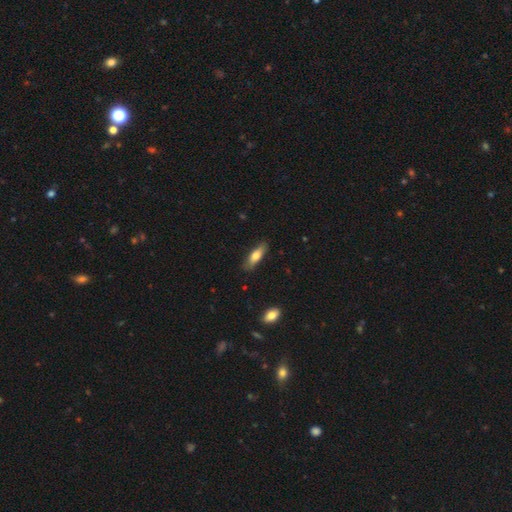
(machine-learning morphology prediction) This appears to be a smooth galaxy with no disk features (71%) that is in between round and cigar-shaped (51%). Merging: none (83%).